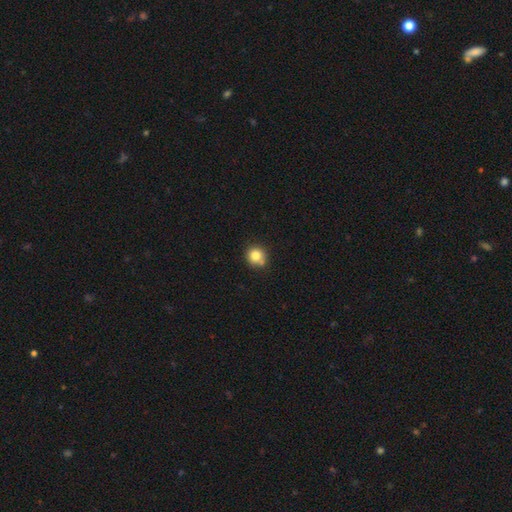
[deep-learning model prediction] Smooth or featured? smooth (81%)
How rounded? round (89%)
Merging? none (70%)